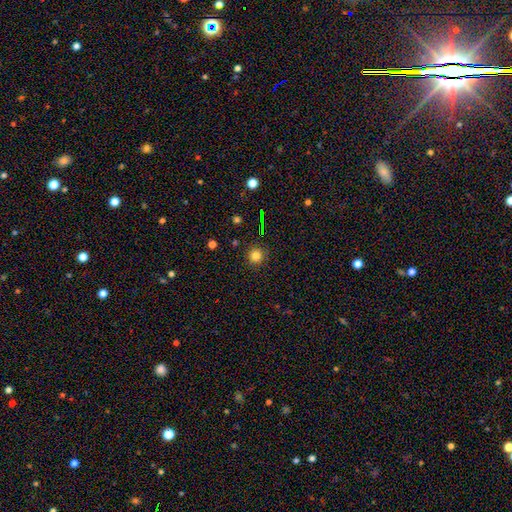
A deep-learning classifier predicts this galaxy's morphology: type=smooth (80%); roundness=round (94%); merging=none (90%).